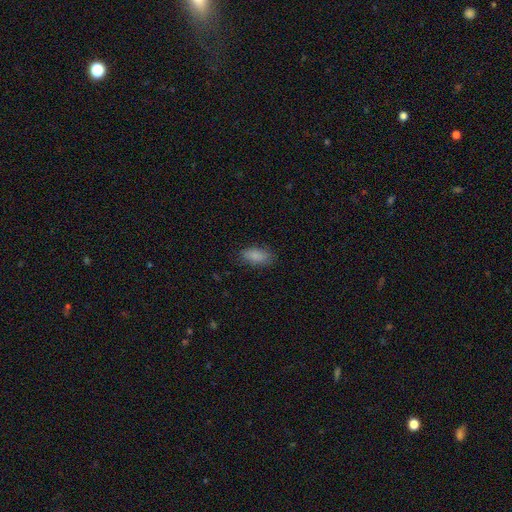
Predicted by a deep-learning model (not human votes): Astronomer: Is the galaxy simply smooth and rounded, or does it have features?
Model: smooth — 86%.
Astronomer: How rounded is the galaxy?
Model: in between — 90%.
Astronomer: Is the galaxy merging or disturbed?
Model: none — 80%.